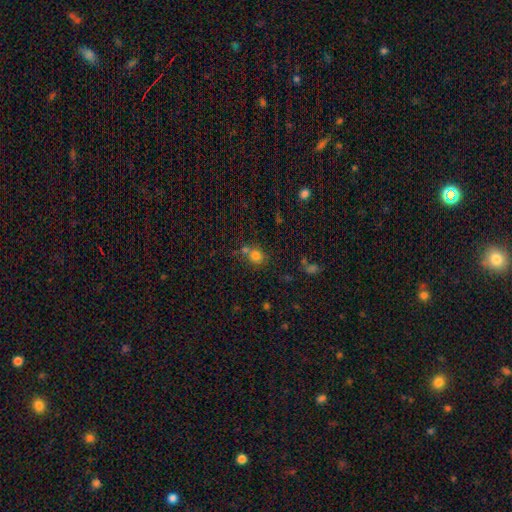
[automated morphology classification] Smooth or featured?
  - smooth: 77% *
  - star or artifact: 15%
  - featured or disk: 8%
How rounded?
  - round: 75% *
  - in between: 24%
  - cigar-shaped: 1%
Merging?
  - none: 57% *
  - merger: 27%
  - minor disturbance: 12%
  - major disturbance: 4%